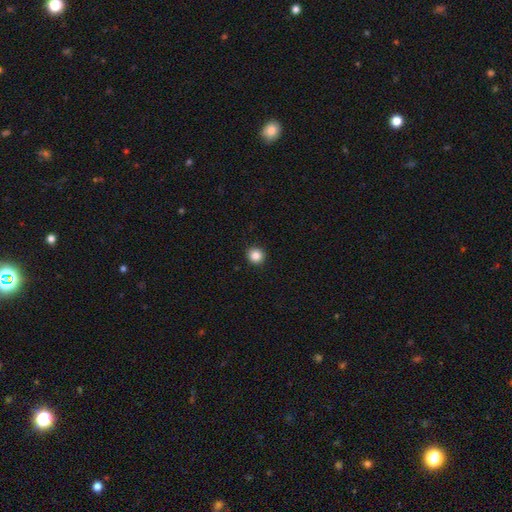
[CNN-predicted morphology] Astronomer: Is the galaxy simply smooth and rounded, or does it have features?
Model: smooth — 86%.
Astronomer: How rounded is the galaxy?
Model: round — 94%.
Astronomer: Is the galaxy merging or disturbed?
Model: none — 93%.